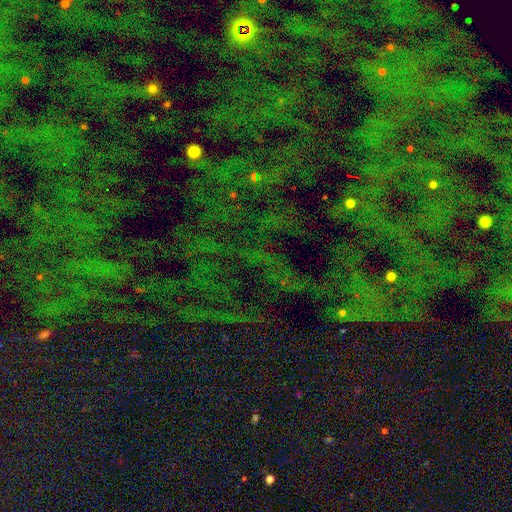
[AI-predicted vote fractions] Morphology: type=star or artifact (75%).